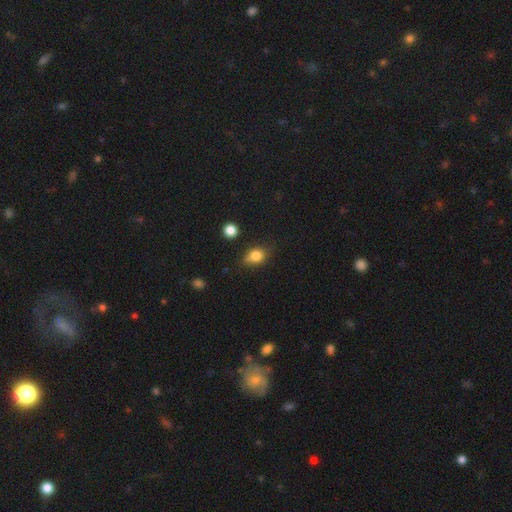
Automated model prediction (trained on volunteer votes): Q: Smooth or featured?
A: smooth (80%); runner-up: star or artifact (10%)
Q: How rounded?
A: in between (64%); runner-up: round (33%)
Q: Merging?
A: none (61%); runner-up: minor disturbance (29%)